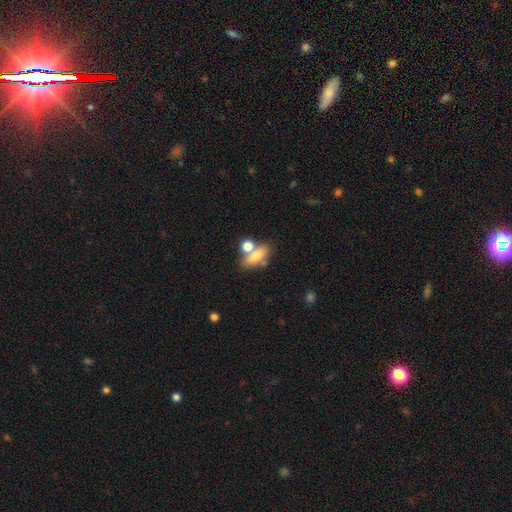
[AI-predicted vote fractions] Smooth or featured? smooth (67%)
How rounded? in between (69%)
Merging? none (49%)